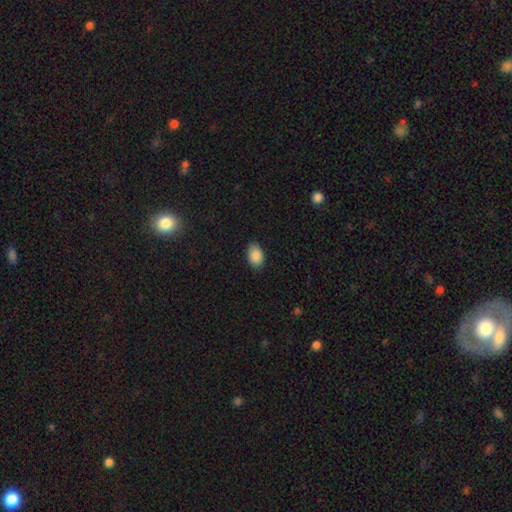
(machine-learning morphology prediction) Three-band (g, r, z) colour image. It shows a smooth galaxy with no disk features (89%) that is in between round and cigar-shaped (88%). Merging: none (83%).